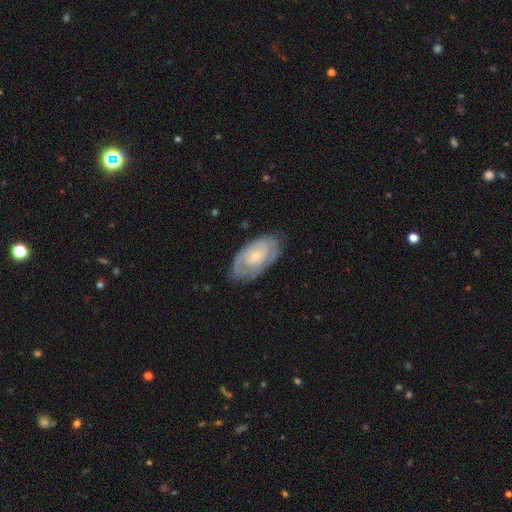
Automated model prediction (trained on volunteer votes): A featured or disk galaxy (65%) with no bar (79%), spiral arms (71%) and a small central bulge (64%).

Vote fractions:
- Smooth or featured? featured or disk: 65% / smooth: 30% / star or artifact: 5%
- Edge-on disk? no: 94% / yes: 6%
- Bar? no: 79% / weak: 18% / strong: 3%
- Spiral arms? yes: 71% / no: 29%
- Bulge size? small: 64% / moderate: 31% / none: 2% / large: 2% / dominant: 1%
- Merging? none: 73% / minor disturbance: 20% / major disturbance: 6% / merger: 1%